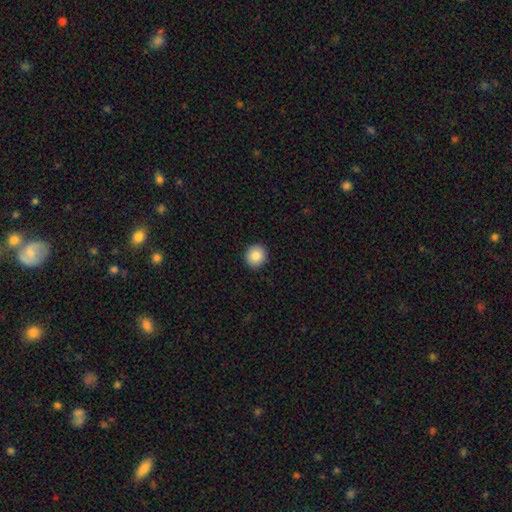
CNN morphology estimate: A smooth galaxy with no disk features (87%) that is round (88%).

Vote fractions:
- Smooth or featured? smooth: 87% / star or artifact: 8% / featured or disk: 5%
- How rounded? round: 88% / in between: 11% / cigar-shaped: 1%
- Merging? none: 92% / minor disturbance: 6% / major disturbance: 2% / merger: 1%